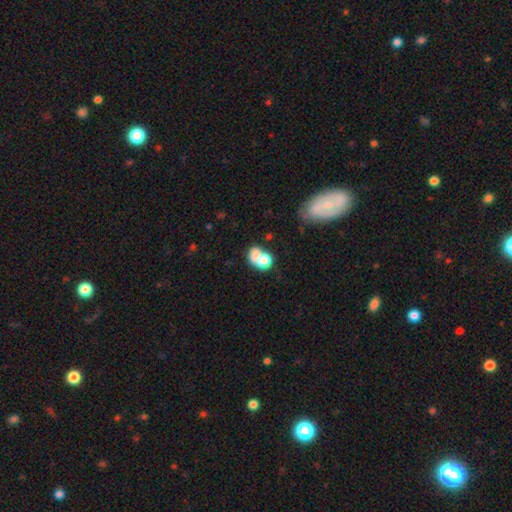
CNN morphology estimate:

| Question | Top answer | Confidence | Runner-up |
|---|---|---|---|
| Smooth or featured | smooth | 69% | featured or disk (16%) |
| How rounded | round | 52% | in between (47%) |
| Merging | merger | 53% | none (29%) |